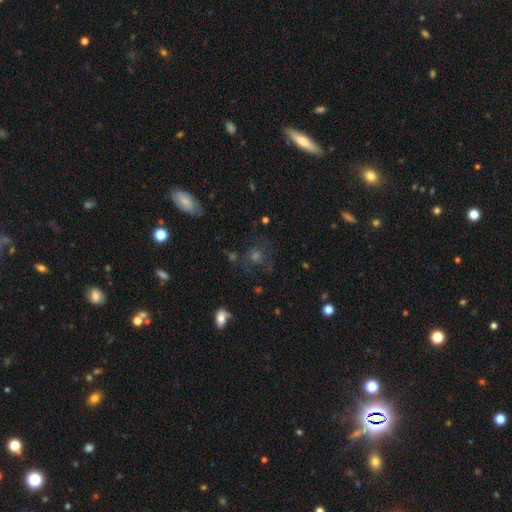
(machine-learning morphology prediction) smooth-or-featured: star or artifact: 37% | smooth: 36% | featured or disk: 27%